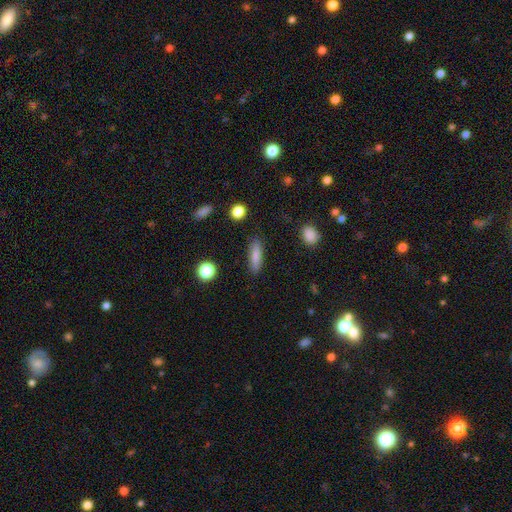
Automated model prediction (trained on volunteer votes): Overall: smooth (81%). How rounded: cigar-shaped (61%; in between 36%). Merging: none (87%).